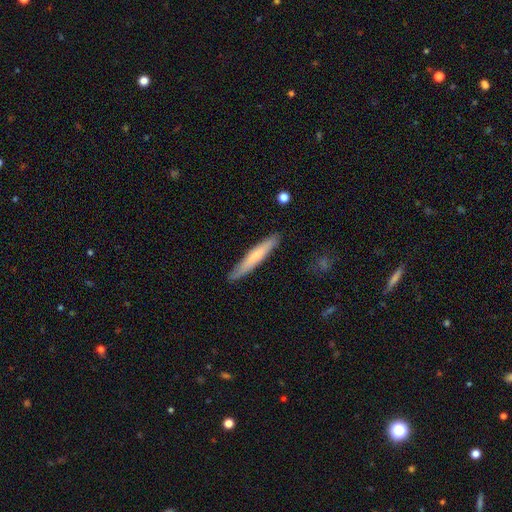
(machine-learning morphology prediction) A smooth galaxy with no disk features (67%) that is cigar-shaped (93%). Merging: none (86%).